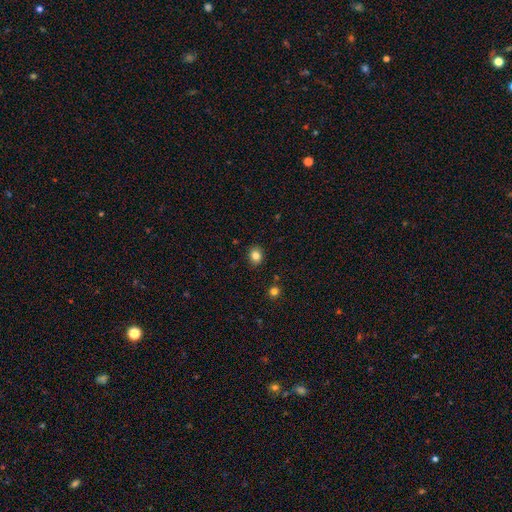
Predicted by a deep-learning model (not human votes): smooth_or_featured: smooth (p=0.83) [alt: star or artifact p=0.11]
how_rounded: round (p=0.60) [alt: in between p=0.39]
merging: none (p=0.89) [alt: minor disturbance p=0.08]